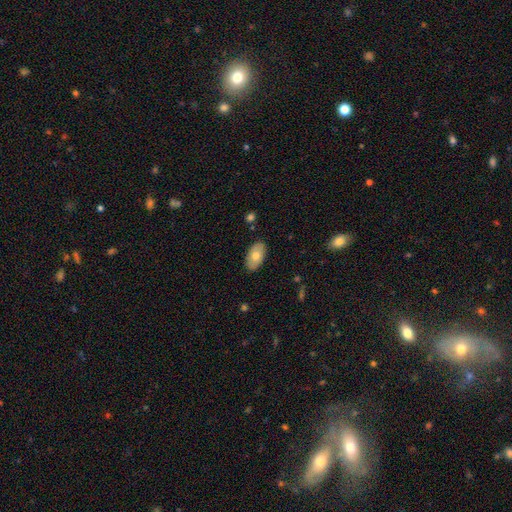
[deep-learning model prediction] This is likely a smooth galaxy (68%). How rounded: clearly in between (94%). Merging: clearly none (86%).